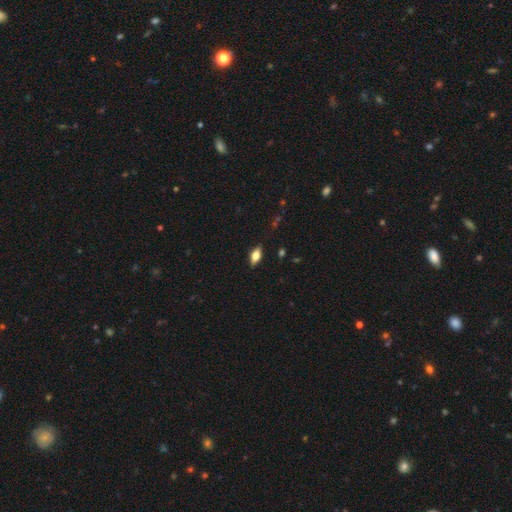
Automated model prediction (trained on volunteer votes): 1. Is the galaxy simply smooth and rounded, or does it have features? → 62% smooth, 30% featured or disk, 8% star or artifact.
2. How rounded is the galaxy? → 83% in between, 13% cigar-shaped, 4% round.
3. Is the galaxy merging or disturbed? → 86% none, 11% minor disturbance, 2% major disturbance, 1% merger.